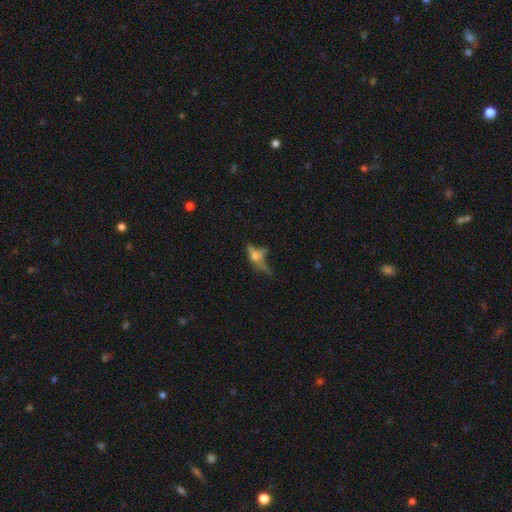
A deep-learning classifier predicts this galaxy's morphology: type=featured or disk (41%); merging=none (41%).